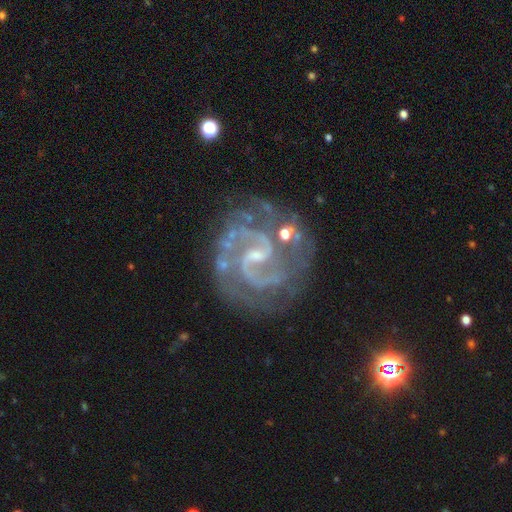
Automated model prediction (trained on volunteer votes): Smooth or featured? featured or disk (92%)
Edge-on disk? no (98%)
Bar? weak (56%)
Spiral arms? yes (98%)
Spiral winding? medium (55%)
Spiral arm count? 2 (84%)
Bulge size? small (66%)
Merging? none (71%)